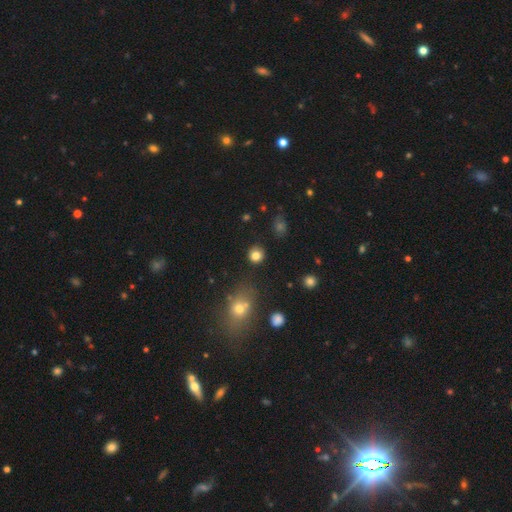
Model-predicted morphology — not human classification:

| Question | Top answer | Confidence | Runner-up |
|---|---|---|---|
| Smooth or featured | smooth | 81% | star or artifact (13%) |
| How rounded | round | 89% | in between (10%) |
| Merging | none | 86% | minor disturbance (9%) |